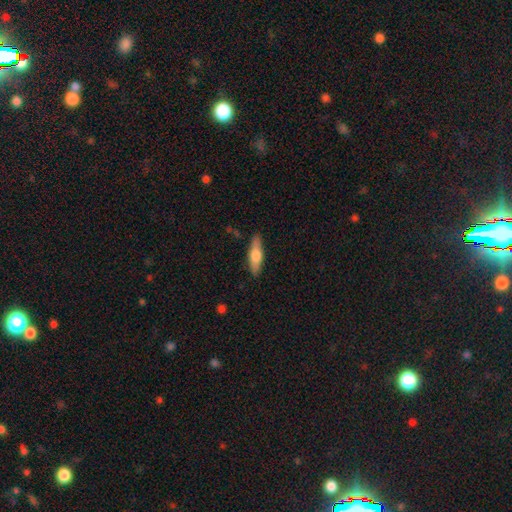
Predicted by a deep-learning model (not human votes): This is likely a smooth galaxy (61%). How rounded: possibly cigar-shaped (58%). Merging: clearly none (86%).